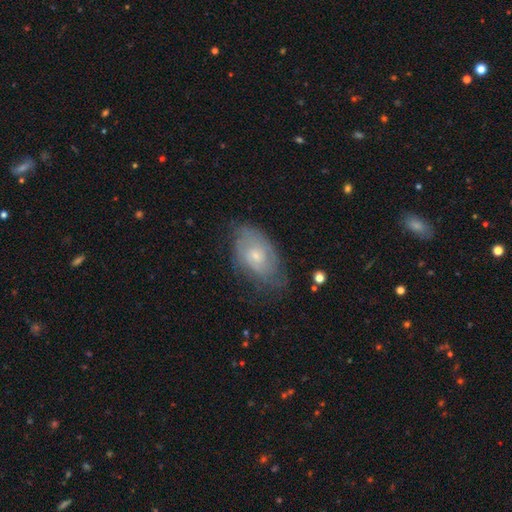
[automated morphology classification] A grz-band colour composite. It shows a featured or disk galaxy (56%) with no bar (77%), spiral arms (74%) and a small central bulge (56%). Merging: none (61%).